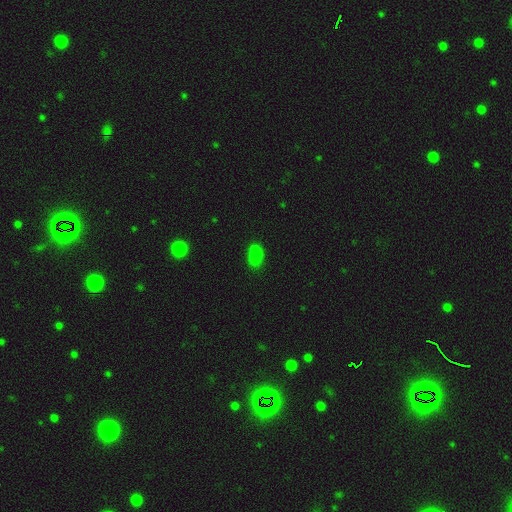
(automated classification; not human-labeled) Morphology: type=smooth (74%); roundness=in between (77%); merging=none (46%).